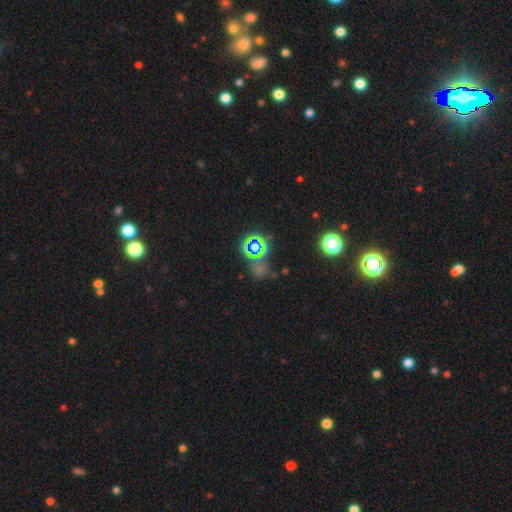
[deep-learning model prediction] smooth-or-featured: star or artifact: 62% | smooth: 26% | featured or disk: 12%